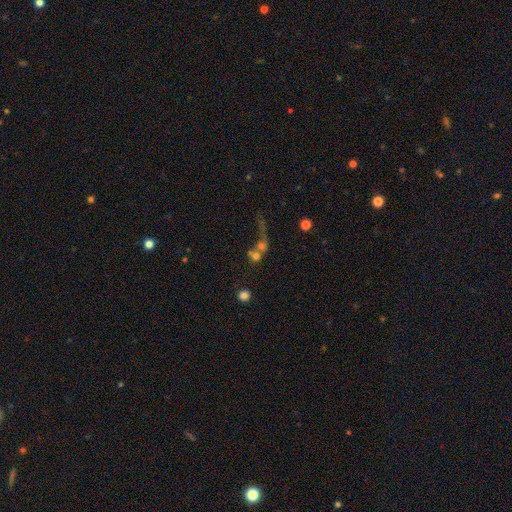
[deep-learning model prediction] Smooth or featured?
  - smooth: 58% *
  - featured or disk: 26%
  - star or artifact: 17%
How rounded?
  - round: 71% *
  - in between: 25%
  - cigar-shaped: 3%
Merging?
  - merger: 60% *
  - none: 19%
  - major disturbance: 15%
  - minor disturbance: 6%